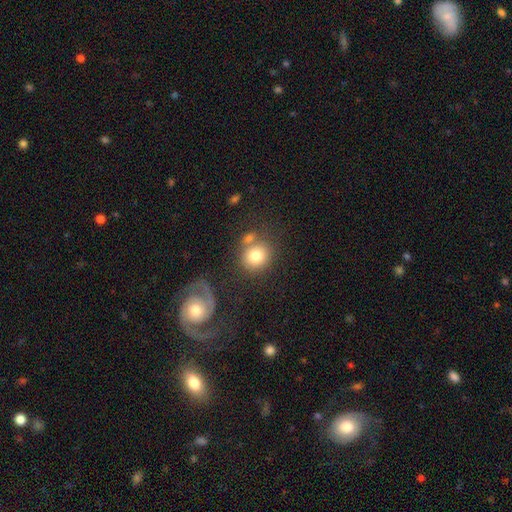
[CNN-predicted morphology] Overall: smooth (79%). How rounded: round (83%). Merging: none (61%).